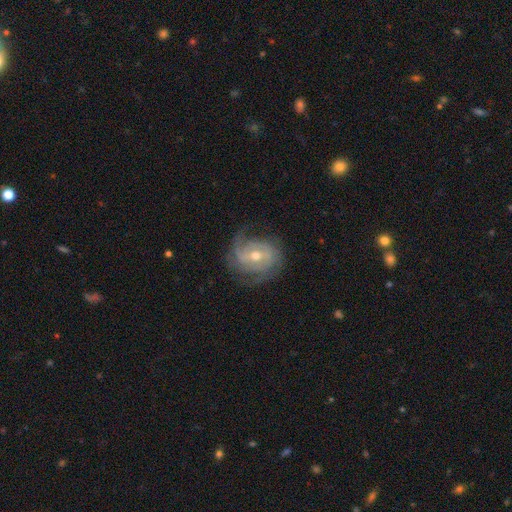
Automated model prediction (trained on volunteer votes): This appears to be a featured or disk galaxy (84%) with a weak bar (45%), 2 (43%) tight (47%) spiral arms (94%) and a moderate central bulge (57%). Merging: none (68%).